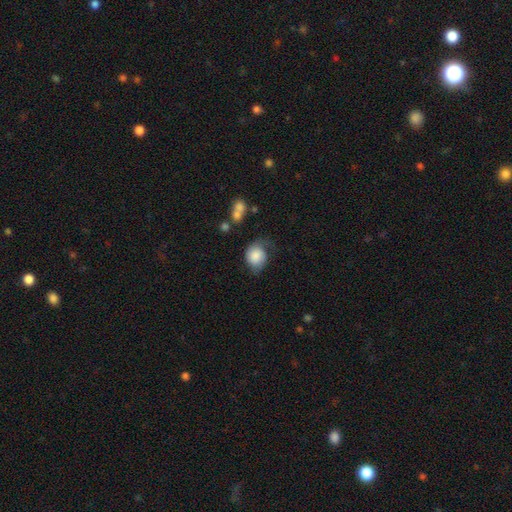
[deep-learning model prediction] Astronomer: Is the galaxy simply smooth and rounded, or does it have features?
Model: smooth — 73%.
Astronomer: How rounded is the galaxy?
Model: round — 59% (runner-up: in between, 40%).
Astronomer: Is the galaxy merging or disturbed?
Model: none — 42% (runner-up: minor disturbance, 35%).